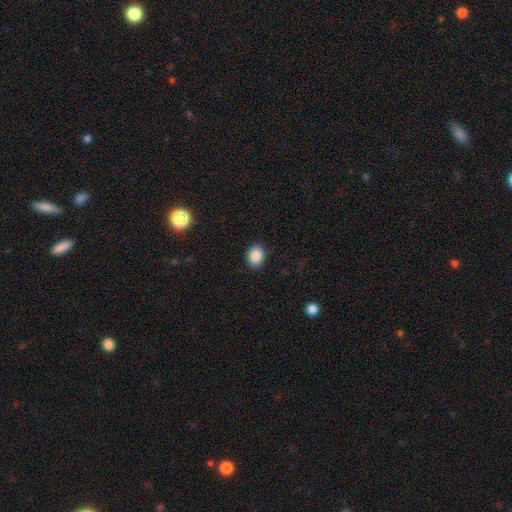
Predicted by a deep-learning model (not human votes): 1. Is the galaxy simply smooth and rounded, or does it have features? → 87% smooth, 9% star or artifact, 4% featured or disk.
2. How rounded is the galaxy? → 55% in between, 44% round, 1% cigar-shaped.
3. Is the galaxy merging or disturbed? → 90% none, 7% minor disturbance, 2% major disturbance, 1% merger.